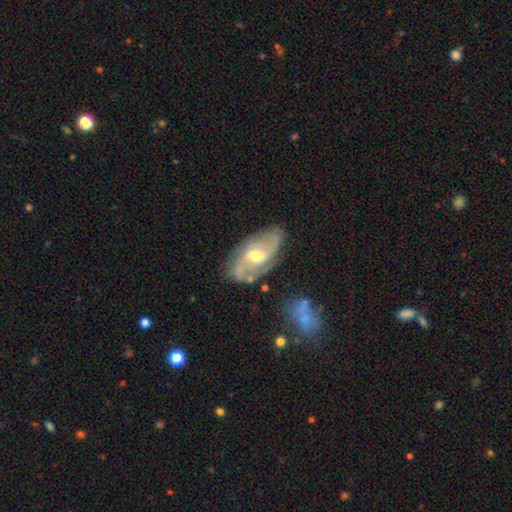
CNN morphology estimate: featured or disk 79%, smooth 15%, star or artifact 6%. Down the decision tree: edge-on disk — no (94%); bar — weak (51%); spiral arms — yes (90%); spiral arm count — 2 (65%); spiral winding — medium (46%); bulge size — moderate (63%); merging — none (68%).